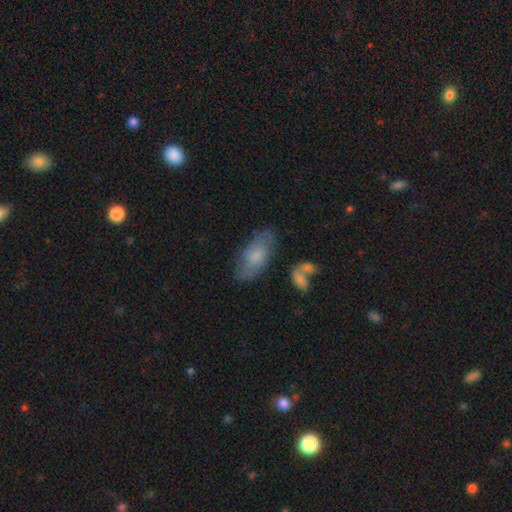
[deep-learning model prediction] A smooth galaxy with no disk features (60%) that is in between round and cigar-shaped (88%).

Vote fractions:
- Smooth or featured? smooth: 60% / featured or disk: 33% / star or artifact: 7%
- How rounded? in between: 88% / cigar-shaped: 9% / round: 3%
- Merging? none: 70% / minor disturbance: 20% / major disturbance: 6% / merger: 4%